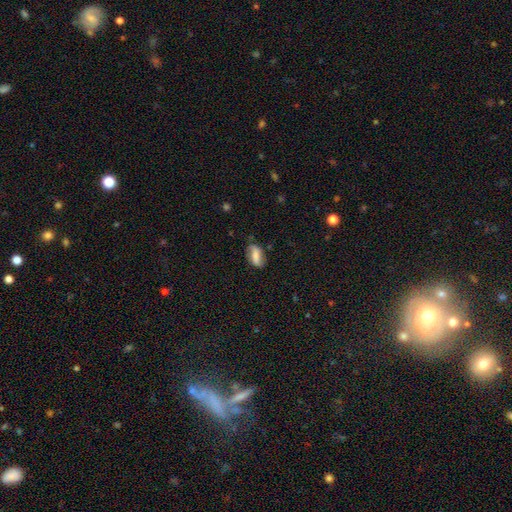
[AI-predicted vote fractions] Smooth or featured? smooth (57%)
How rounded? in between (84%)
Merging? none (72%)